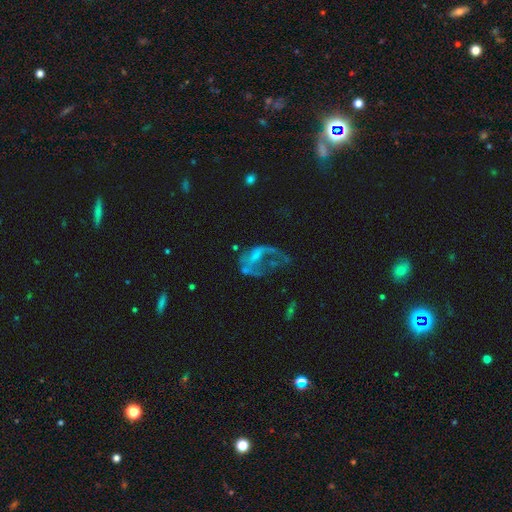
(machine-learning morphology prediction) Overall: featured or disk (62%). Edge-on disk: no (96%). Bar: no (76%). Spiral arms: no (67%; yes 33%). Bulge size: none (53%; small 29%). Merging: major disturbance (51%; none 27%).